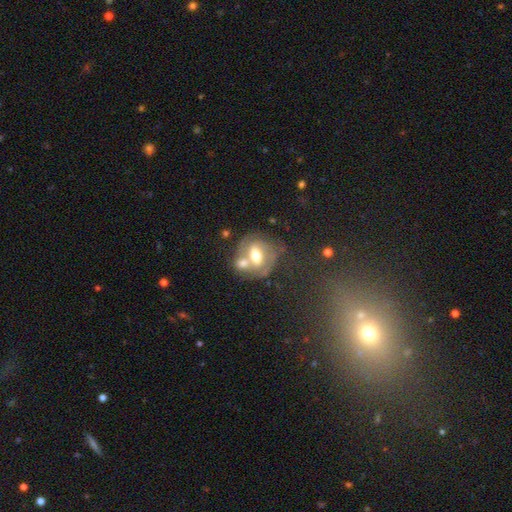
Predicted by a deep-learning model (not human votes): smooth-or-featured: featured or disk: 50% | smooth: 41% | star or artifact: 9%
  merging: merger: 49% | none: 29% | minor disturbance: 13% | major disturbance: 8%